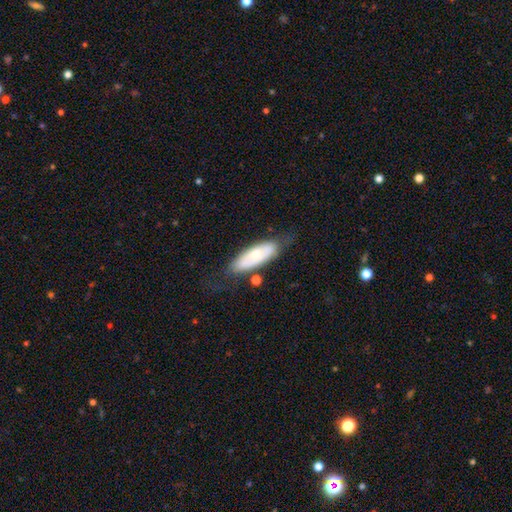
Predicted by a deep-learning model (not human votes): The model was most divided on "smooth or featured": smooth: 54%, featured or disk: 40%, star or artifact: 6%. More confident: merging — none (65%); how rounded — in between (64%).